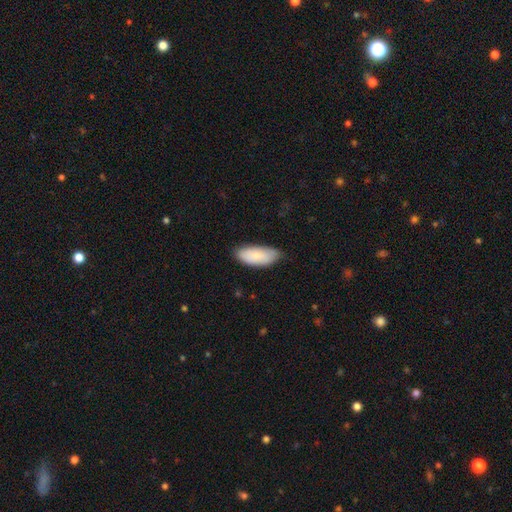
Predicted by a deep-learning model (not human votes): smooth-or-featured: smooth: 81% | featured or disk: 13% | star or artifact: 6%
  how-rounded: in between: 88% | cigar-shaped: 10% | round: 2%
  merging: none: 73% | minor disturbance: 22% | major disturbance: 3% | merger: 1%